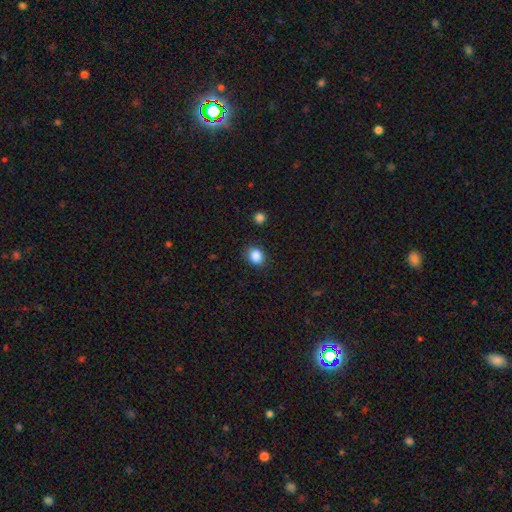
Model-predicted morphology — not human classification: Overall: smooth (86%). How rounded: round (63%; in between 36%). Merging: none (84%).